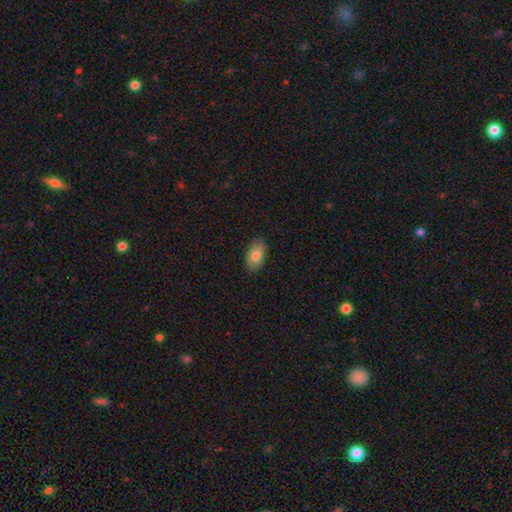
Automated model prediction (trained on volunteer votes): Smooth or featured: smooth — 81% (featured or disk — 12%)
How rounded: in between — 93% (round — 5%)
Merging: none — 84% (minor disturbance — 12%)